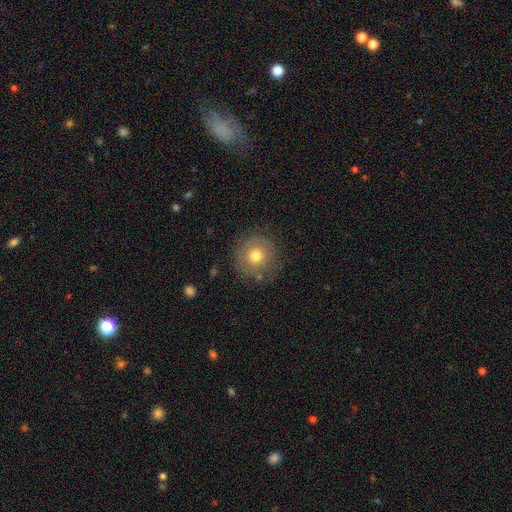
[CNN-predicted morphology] The model was most divided on "smooth or featured": smooth: 69%, featured or disk: 22%, star or artifact: 10%. More confident: how rounded — round (93%); merging — none (79%).